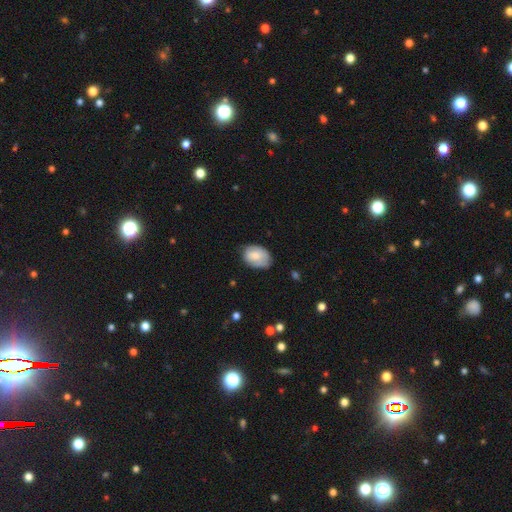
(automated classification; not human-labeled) This appears to be a smooth galaxy with no disk features (77%) that is in between round and cigar-shaped (81%). Merging: none (64%).